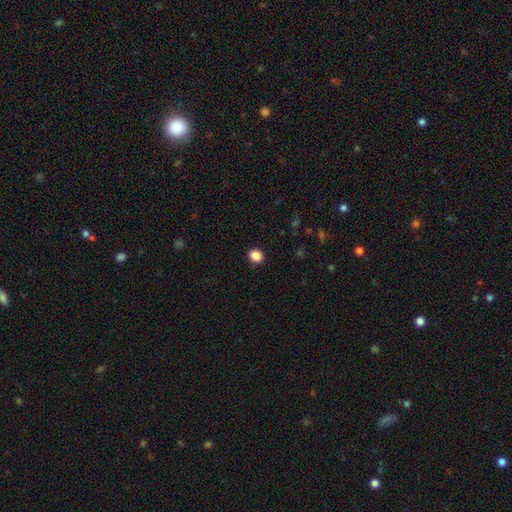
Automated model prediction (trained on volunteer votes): Q: Smooth or featured?
A: smooth (87%); runner-up: star or artifact (10%)
Q: How rounded?
A: round (58%); runner-up: in between (41%)
Q: Merging?
A: none (90%); runner-up: minor disturbance (7%)